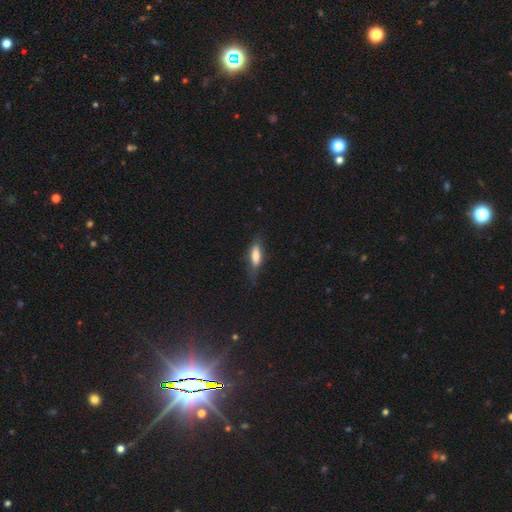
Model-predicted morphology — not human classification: type=smooth (69%); roundness=cigar-shaped (51%); merging=none (64%).